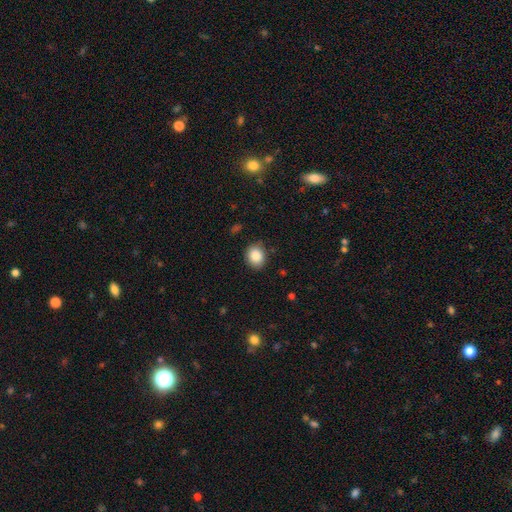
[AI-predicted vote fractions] Smooth or featured?
  - smooth: 87% *
  - star or artifact: 9%
  - featured or disk: 5%
How rounded?
  - round: 64% *
  - in between: 35%
  - cigar-shaped: 1%
Merging?
  - none: 83% *
  - minor disturbance: 13%
  - major disturbance: 3%
  - merger: 1%